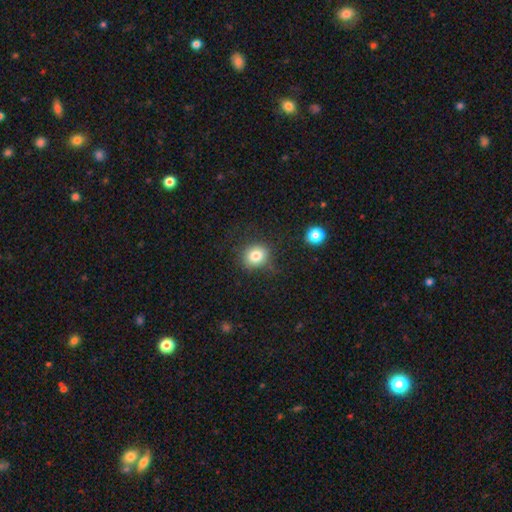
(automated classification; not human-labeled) Smooth or featured? smooth (81%)
How rounded? round (73%)
Merging? none (79%)